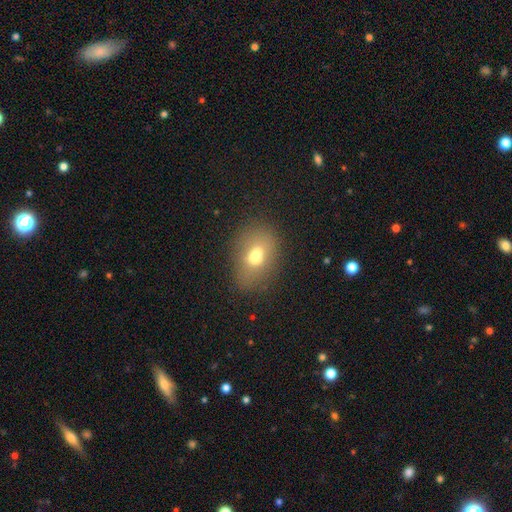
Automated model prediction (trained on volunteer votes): smooth_or_featured: smooth (p=0.66) [alt: featured or disk p=0.22]
how_rounded: in between (p=0.78) [alt: round p=0.20]
merging: none (p=0.69) [alt: minor disturbance p=0.18]